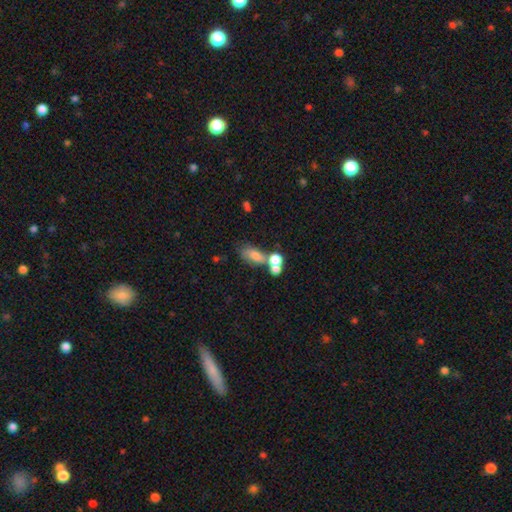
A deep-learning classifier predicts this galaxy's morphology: Q: Smooth or featured?
A: smooth (68%); runner-up: featured or disk (19%)
Q: How rounded?
A: in between (75%); runner-up: round (16%)
Q: Merging?
A: merger (46%); runner-up: none (31%)